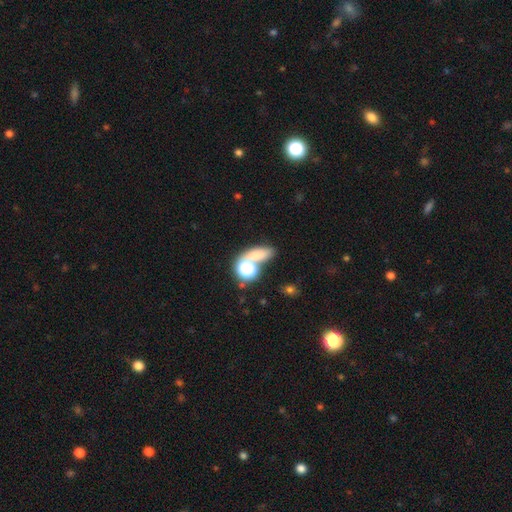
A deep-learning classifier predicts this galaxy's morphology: Smooth or featured: smooth — 66% (star or artifact — 24%)
How rounded: in between — 59% (round — 30%)
Merging: none — 52% (merger — 29%)